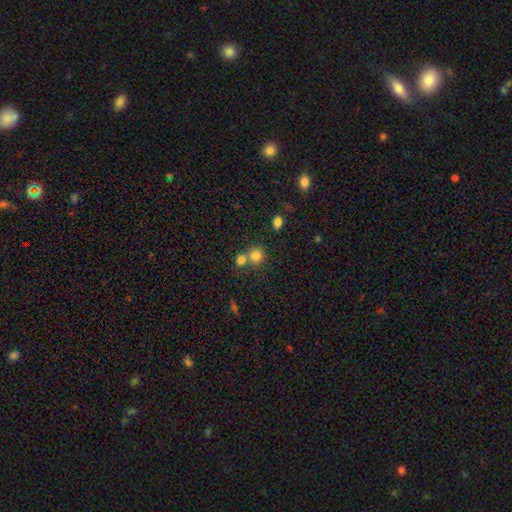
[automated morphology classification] This is clearly a smooth galaxy (81%). How rounded: clearly round (87%). Merging: possibly none (54%).